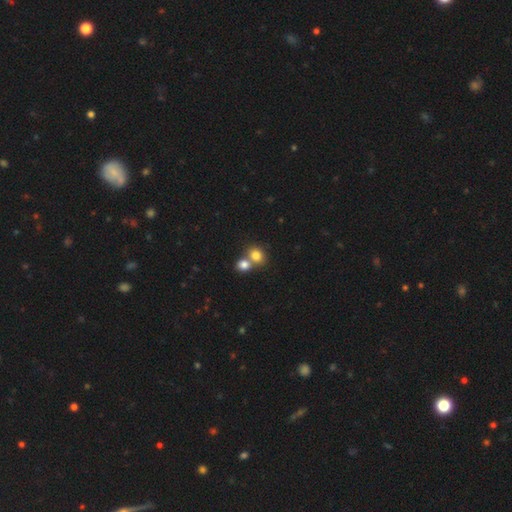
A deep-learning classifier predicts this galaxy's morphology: Smooth or featured?
  - smooth: 80% *
  - star or artifact: 11%
  - featured or disk: 9%
How rounded?
  - round: 62% *
  - in between: 37%
  - cigar-shaped: 1%
Merging?
  - merger: 54% *
  - none: 37%
  - minor disturbance: 6%
  - major disturbance: 2%